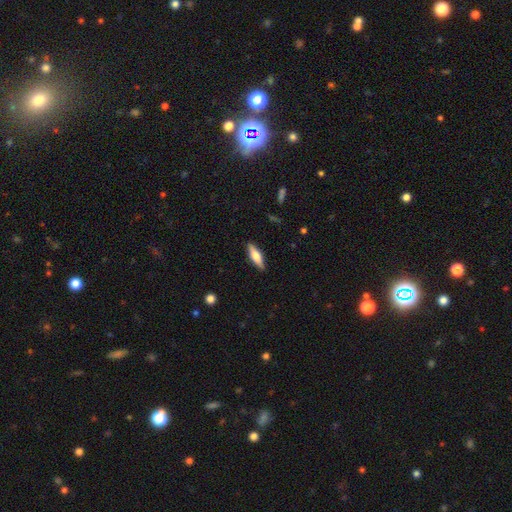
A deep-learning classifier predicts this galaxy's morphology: Overall: smooth (63%; featured or disk 31%). How rounded: cigar-shaped (50%; in between 48%). Merging: none (88%).